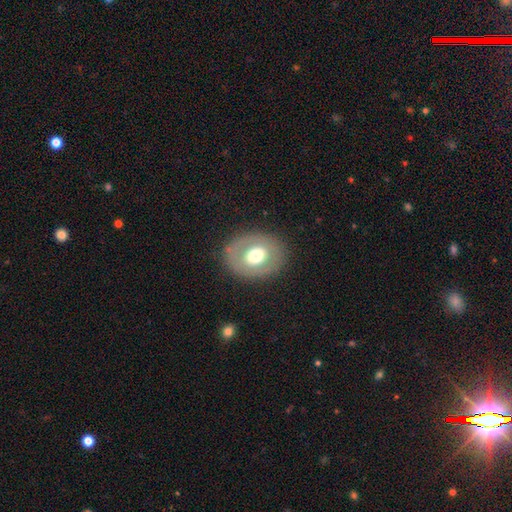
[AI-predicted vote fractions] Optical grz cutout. It shows a smooth galaxy with no disk features (54%) that is in between round and cigar-shaped (50%). Merging: none (82%).